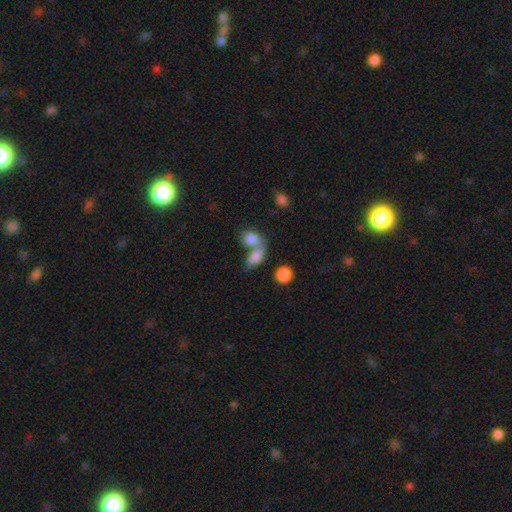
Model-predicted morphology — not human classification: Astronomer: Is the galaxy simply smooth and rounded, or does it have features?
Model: smooth — 81%.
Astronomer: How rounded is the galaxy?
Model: in between — 82%.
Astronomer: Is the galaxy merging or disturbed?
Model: merger — 57%.